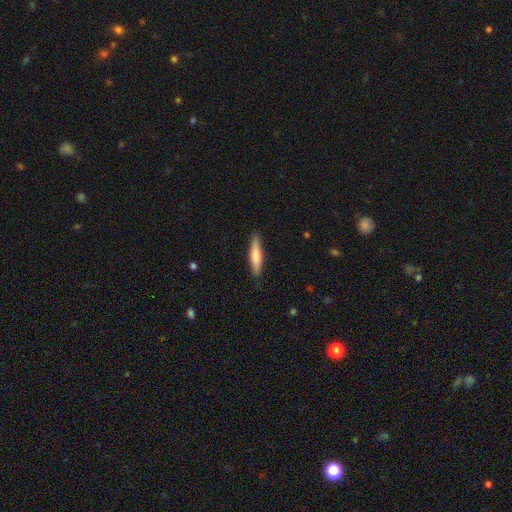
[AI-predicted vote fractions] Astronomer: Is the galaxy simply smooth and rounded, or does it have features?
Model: smooth — 75%.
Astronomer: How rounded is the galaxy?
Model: cigar-shaped — 86%.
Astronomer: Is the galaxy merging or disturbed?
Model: none — 88%.